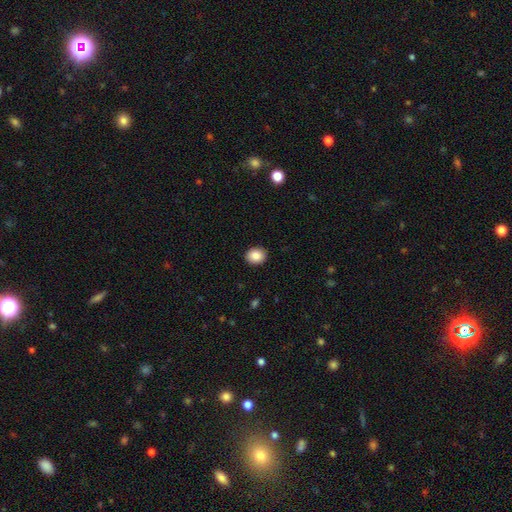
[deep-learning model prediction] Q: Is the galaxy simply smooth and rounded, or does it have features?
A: smooth — 87%.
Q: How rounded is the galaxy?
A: round — 62%.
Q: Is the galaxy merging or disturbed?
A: none — 91%.